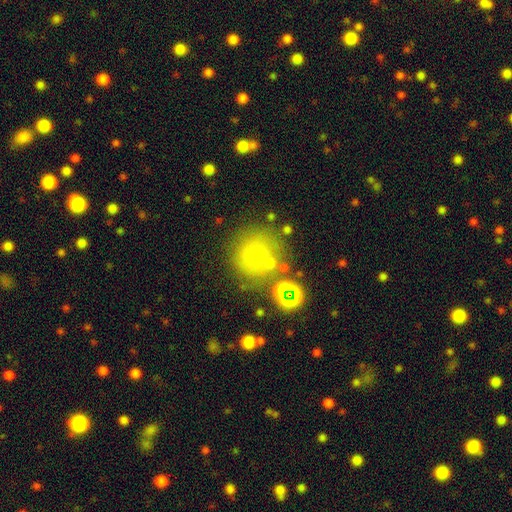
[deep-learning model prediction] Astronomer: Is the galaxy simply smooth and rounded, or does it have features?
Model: smooth — 62%.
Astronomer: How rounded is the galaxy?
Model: round — 92%.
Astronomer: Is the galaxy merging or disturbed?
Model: none — 70%.